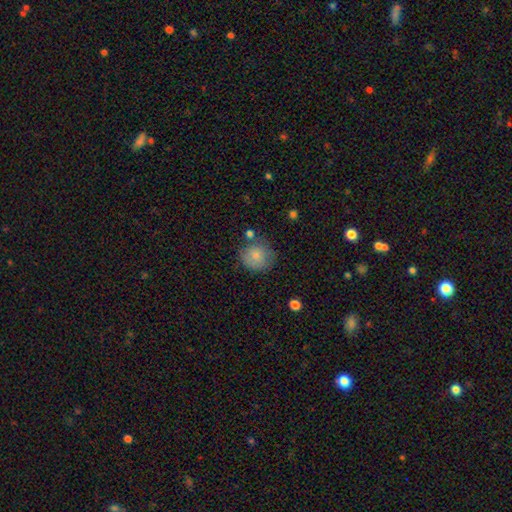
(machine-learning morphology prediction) Overall: smooth (80%). How rounded: round (87%). Merging: none (67%).